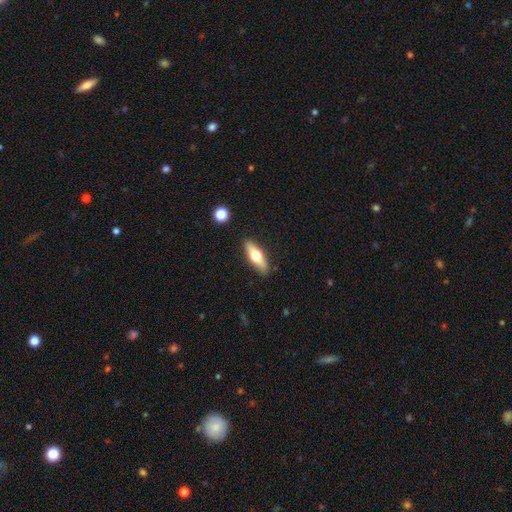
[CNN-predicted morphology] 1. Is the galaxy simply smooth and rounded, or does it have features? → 49% smooth, 45% featured or disk, 6% star or artifact.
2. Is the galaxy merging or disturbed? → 89% none, 8% minor disturbance, 2% major disturbance, 2% merger.